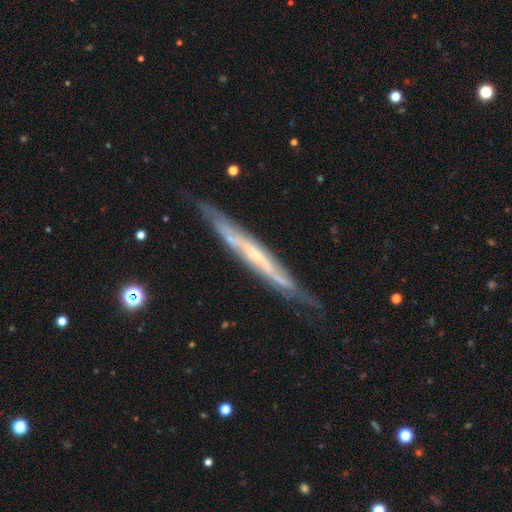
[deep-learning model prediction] A featured or disk galaxy (76%) viewed edge-on (80%) with no central bulge (72%). Merging: none (71%).